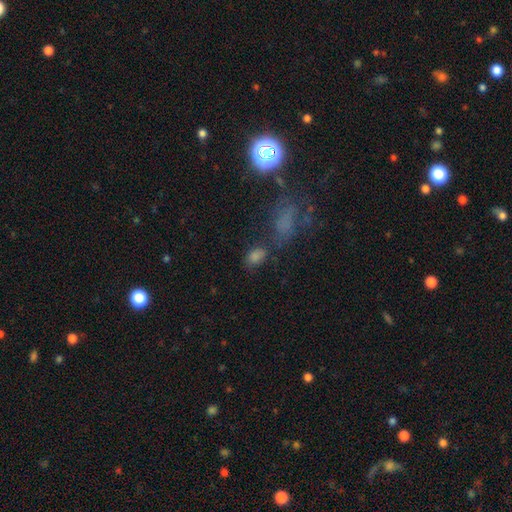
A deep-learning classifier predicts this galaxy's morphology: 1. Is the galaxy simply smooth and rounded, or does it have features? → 59% smooth, 30% star or artifact, 12% featured or disk.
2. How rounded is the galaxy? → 75% in between, 20% round, 4% cigar-shaped.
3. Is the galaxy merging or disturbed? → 54% none, 18% minor disturbance, 16% merger, 12% major disturbance.